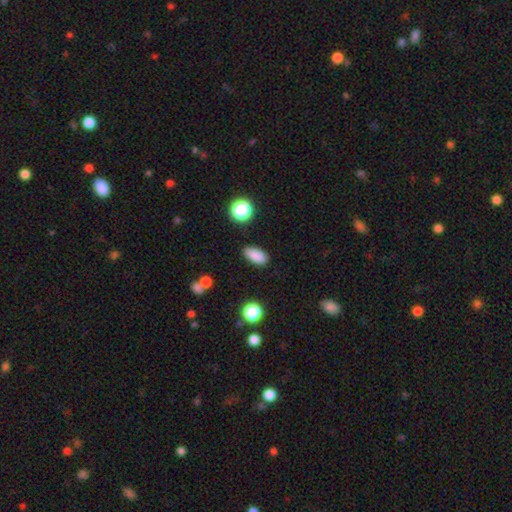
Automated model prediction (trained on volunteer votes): This appears to be a smooth galaxy with no disk features (86%) that is in between round and cigar-shaped (88%). Merging: none (85%).